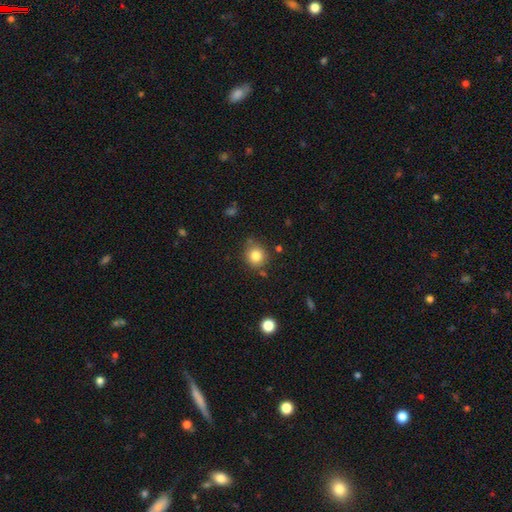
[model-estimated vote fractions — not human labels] smooth 82%, star or artifact 11%, featured or disk 7%. Down the decision tree: how rounded — round (85%); merging — none (79%).